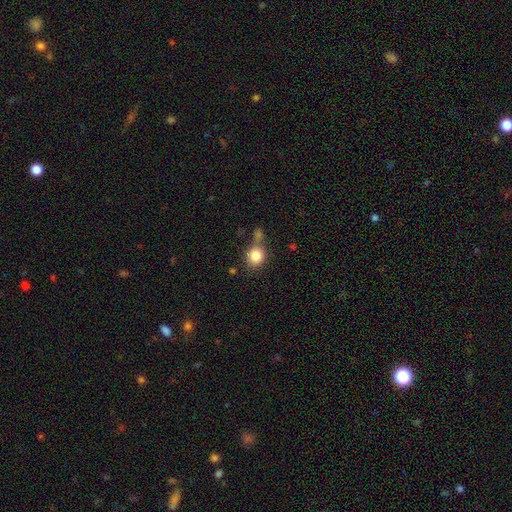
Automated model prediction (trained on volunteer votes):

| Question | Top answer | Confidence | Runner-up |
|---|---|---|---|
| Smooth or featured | smooth | 83% | star or artifact (10%) |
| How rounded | round | 80% | in between (19%) |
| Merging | none | 61% | merger (19%) |